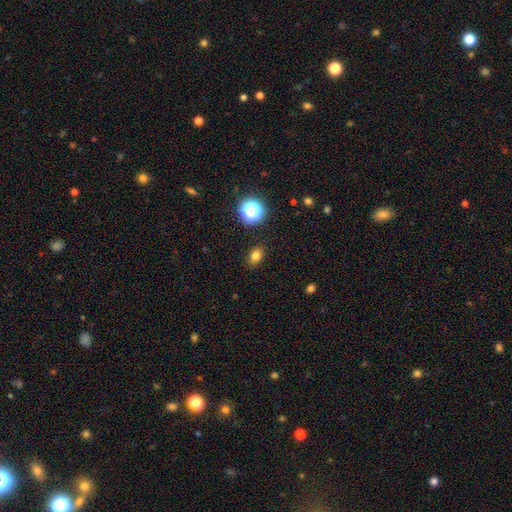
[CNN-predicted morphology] smooth 78%, star or artifact 16%, featured or disk 6%. Down the decision tree: how rounded — in between (62%); merging — none (88%).